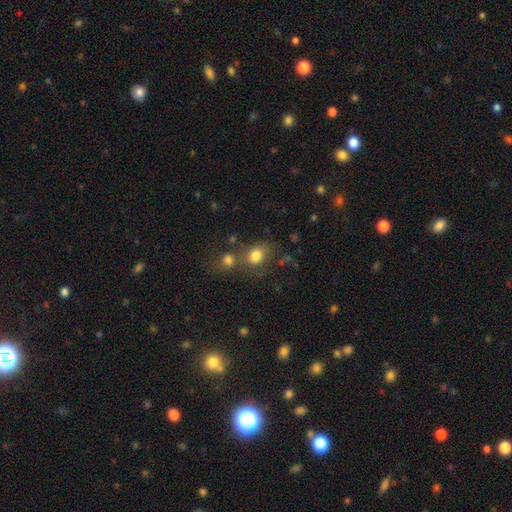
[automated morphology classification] smooth-or-featured: smooth: 79% | star or artifact: 12% | featured or disk: 8%
  how-rounded: round: 58% | in between: 41% | cigar-shaped: 1%
  merging: none: 49% | merger: 33% | minor disturbance: 12% | major disturbance: 6%